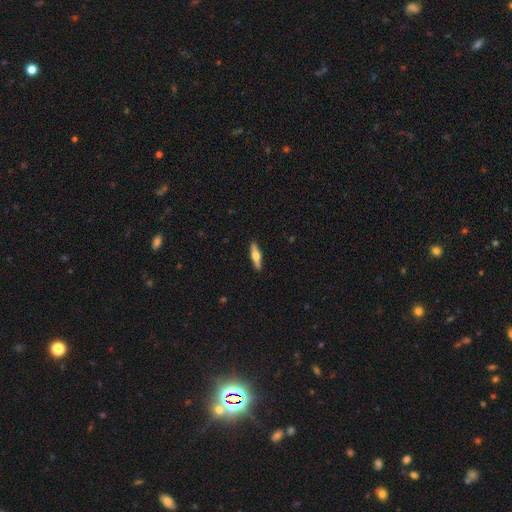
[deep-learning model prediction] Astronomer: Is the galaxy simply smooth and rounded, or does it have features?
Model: featured or disk — 47%, tied with smooth at 47%.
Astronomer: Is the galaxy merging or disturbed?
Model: none — 90%.